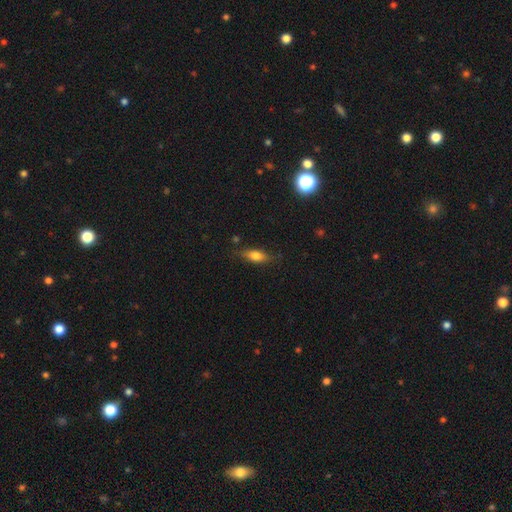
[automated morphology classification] Smooth or featured? Predicted: smooth (p=0.65). How rounded? Predicted: in between (p=0.65). Merging? Predicted: none (p=0.76).